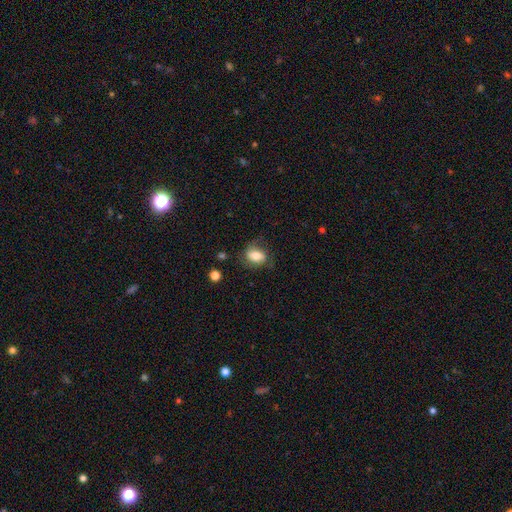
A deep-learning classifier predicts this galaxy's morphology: The model was most divided on "merging": none: 60%, minor disturbance: 26%, major disturbance: 12%, merger: 2%. More confident: how rounded — in between (72%); smooth or featured — smooth (69%).